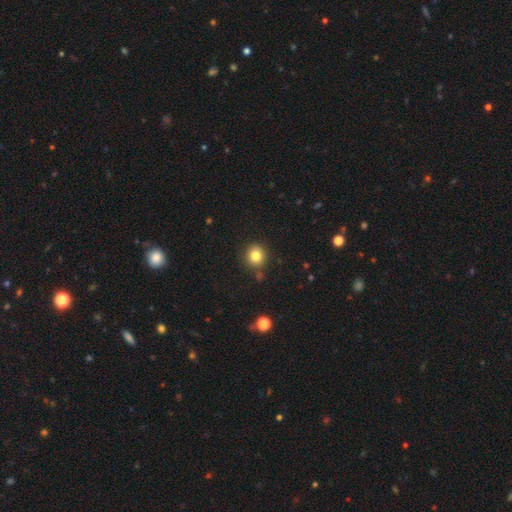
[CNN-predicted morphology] This appears to be a smooth galaxy with no disk features (81%) that is round (88%). Merging: none (84%).